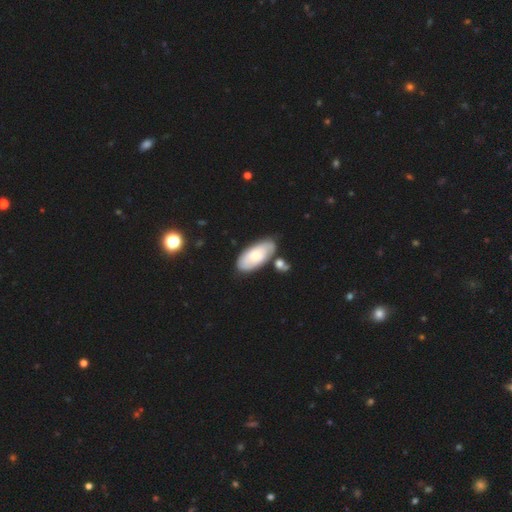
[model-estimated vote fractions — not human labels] smooth 62%, featured or disk 32%, star or artifact 6%. Down the decision tree: how rounded — in between (91%); merging — none (70%).